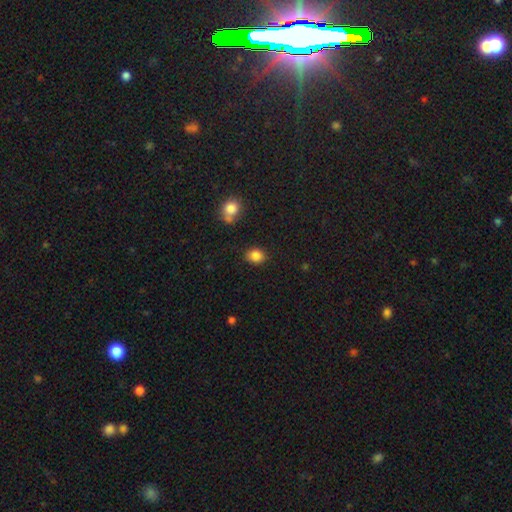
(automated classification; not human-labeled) Smooth or featured?
  - smooth: 86% *
  - star or artifact: 10%
  - featured or disk: 5%
How rounded?
  - round: 54% *
  - in between: 44%
  - cigar-shaped: 1%
Merging?
  - none: 82% *
  - minor disturbance: 12%
  - major disturbance: 3%
  - merger: 3%